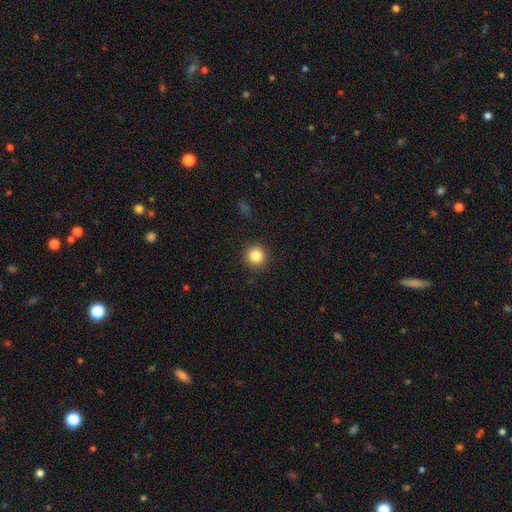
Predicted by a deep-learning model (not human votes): smooth 85%, star or artifact 11%, featured or disk 5%. Down the decision tree: how rounded — round (95%); merging — none (92%).